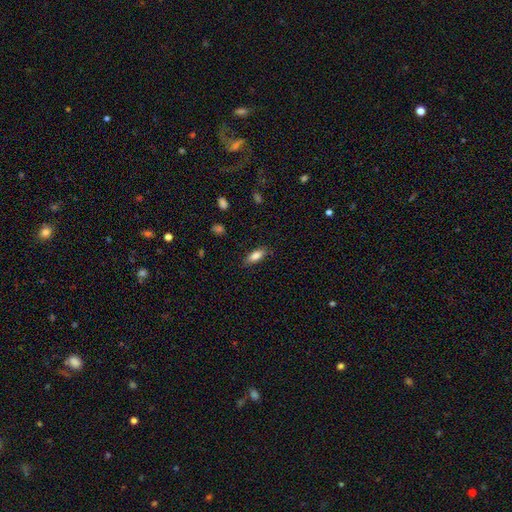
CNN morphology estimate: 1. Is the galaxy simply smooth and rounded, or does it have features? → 84% smooth, 10% featured or disk, 7% star or artifact.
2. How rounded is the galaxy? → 75% in between, 23% cigar-shaped, 2% round.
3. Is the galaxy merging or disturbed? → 84% none, 12% minor disturbance, 3% major disturbance, 1% merger.